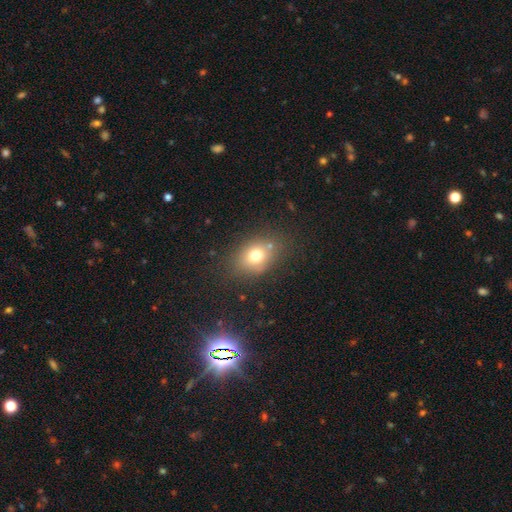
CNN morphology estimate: The model was most divided on "how rounded": in between: 60%, round: 39%, cigar-shaped: 1%. More confident: merging — none (74%); smooth or featured — smooth (73%).